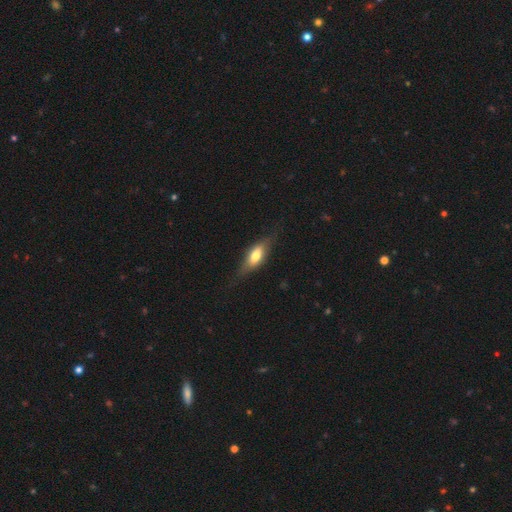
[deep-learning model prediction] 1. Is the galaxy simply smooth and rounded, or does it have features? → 55% smooth, 38% featured or disk, 7% star or artifact.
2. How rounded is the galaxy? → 65% in between, 31% cigar-shaped, 4% round.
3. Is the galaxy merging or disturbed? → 74% none, 19% minor disturbance, 6% major disturbance, 1% merger.